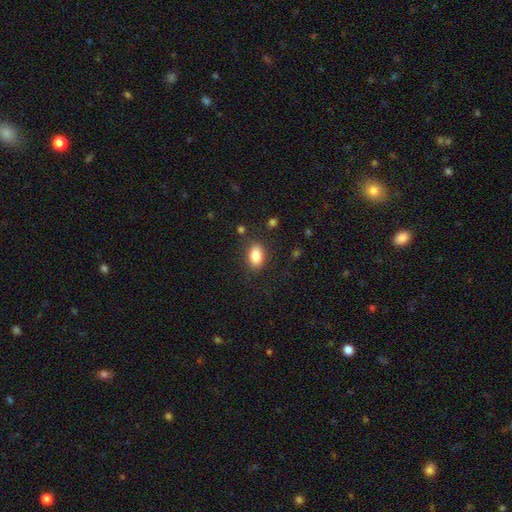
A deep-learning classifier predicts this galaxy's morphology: Smooth or featured?
  - smooth: 85% *
  - star or artifact: 8%
  - featured or disk: 7%
How rounded?
  - in between: 87% *
  - round: 12%
  - cigar-shaped: 2%
Merging?
  - none: 83% *
  - minor disturbance: 11%
  - major disturbance: 3%
  - merger: 2%